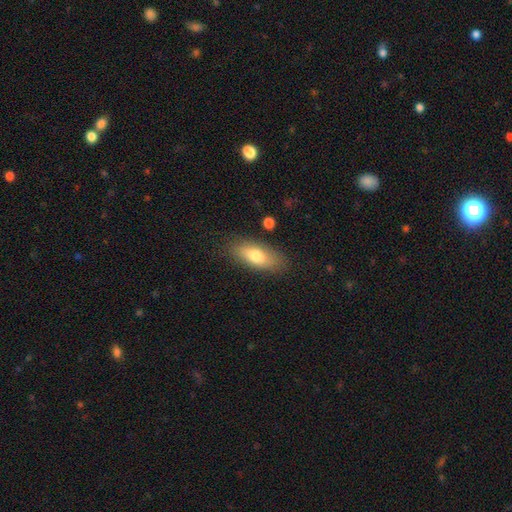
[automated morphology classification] smooth-or-featured: smooth: 75% | featured or disk: 19% | star or artifact: 7%
  how-rounded: in between: 80% | cigar-shaped: 17% | round: 3%
  merging: none: 81% | minor disturbance: 13% | major disturbance: 4% | merger: 2%